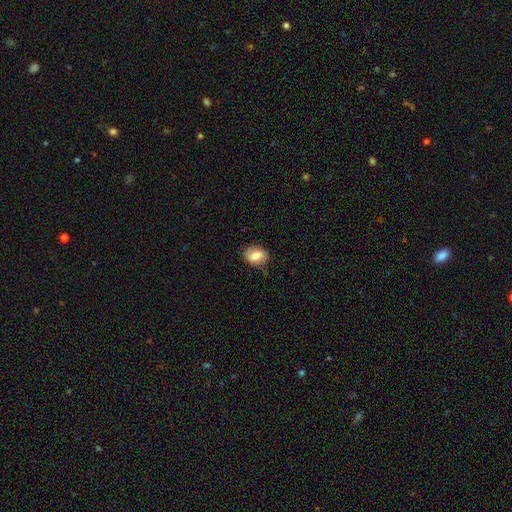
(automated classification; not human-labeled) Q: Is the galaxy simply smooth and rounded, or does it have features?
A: smooth — 77%.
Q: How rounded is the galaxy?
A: in between — 60%.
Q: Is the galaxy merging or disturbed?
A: none — 80%.